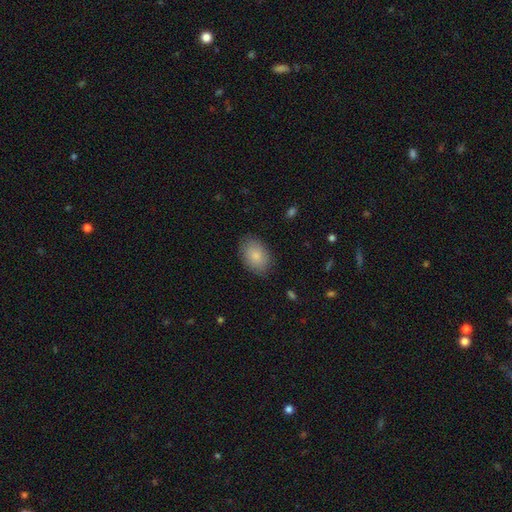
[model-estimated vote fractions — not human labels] smooth_or_featured: smooth (p=0.85) [alt: featured or disk p=0.09]
how_rounded: in between (p=0.86) [alt: round p=0.13]
merging: none (p=0.84) [alt: minor disturbance p=0.12]